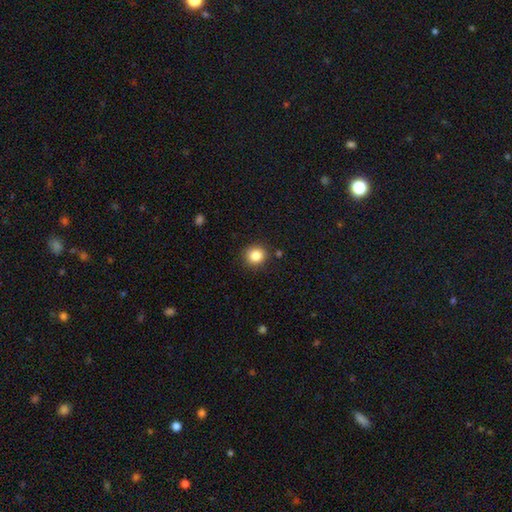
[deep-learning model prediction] A smooth galaxy with no disk features (84%) that is round (88%).

Vote fractions:
- Smooth or featured? smooth: 84% / star or artifact: 11% / featured or disk: 5%
- How rounded? round: 88% / in between: 11% / cigar-shaped: 1%
- Merging? none: 88% / minor disturbance: 8% / major disturbance: 2% / merger: 2%